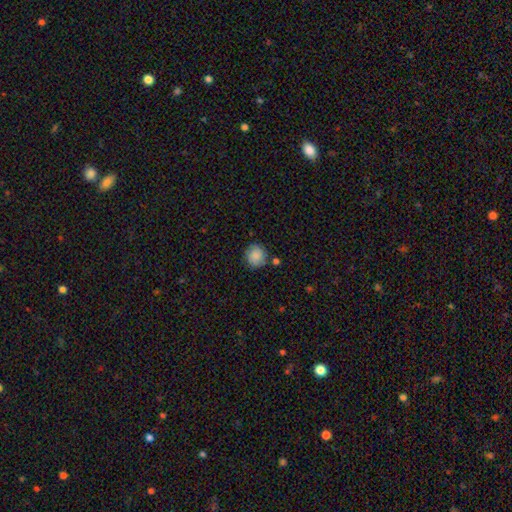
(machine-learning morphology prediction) A smooth galaxy with no disk features (86%) that is round (90%).

Vote fractions:
- Smooth or featured? smooth: 86% / star or artifact: 8% / featured or disk: 7%
- How rounded? round: 90% / in between: 9% / cigar-shaped: 1%
- Merging? none: 81% / minor disturbance: 11% / merger: 5% / major disturbance: 3%